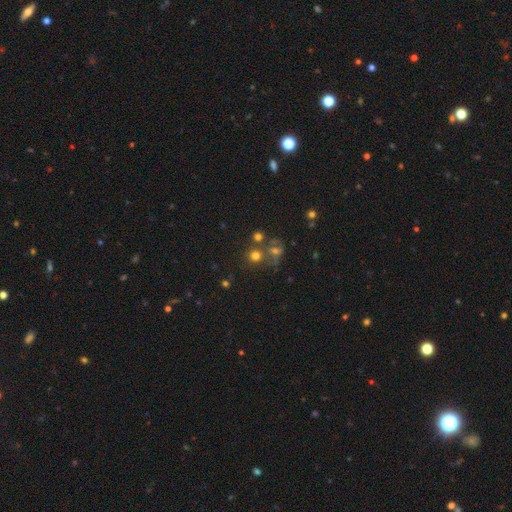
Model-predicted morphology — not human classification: smooth_or_featured: smooth (p=0.68) [alt: star or artifact p=0.20]
how_rounded: round (p=0.87) [alt: in between p=0.12]
merging: none (p=0.60) [alt: merger p=0.25]